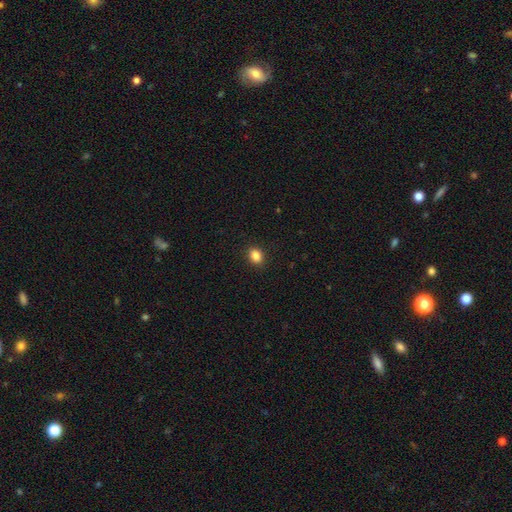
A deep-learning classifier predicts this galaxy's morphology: A smooth galaxy with no disk features (86%) that is in between round and cigar-shaped (54%). Merging: none (91%).